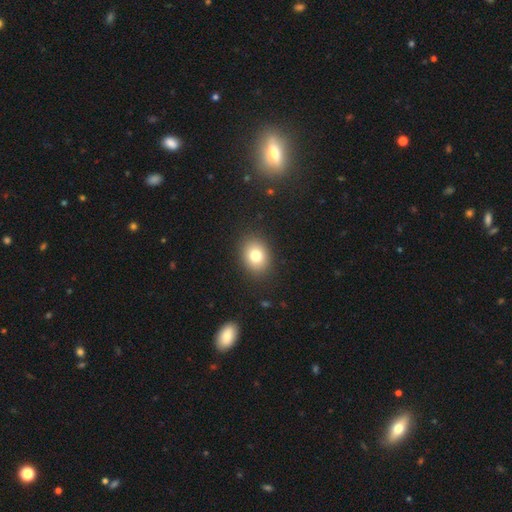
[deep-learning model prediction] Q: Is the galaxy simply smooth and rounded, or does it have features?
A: smooth — 79%.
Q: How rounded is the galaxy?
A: in between — 52%.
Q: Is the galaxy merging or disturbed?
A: none — 88%.